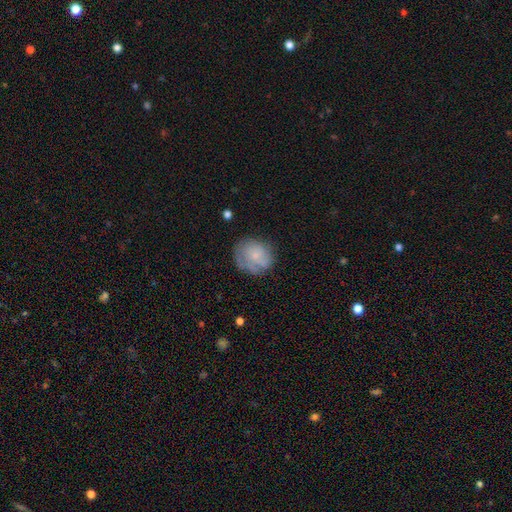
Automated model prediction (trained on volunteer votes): Smooth or featured: smooth — 53% (featured or disk — 38%)
How rounded: round — 74% (in between — 25%)
Merging: none — 64% (minor disturbance — 23%)